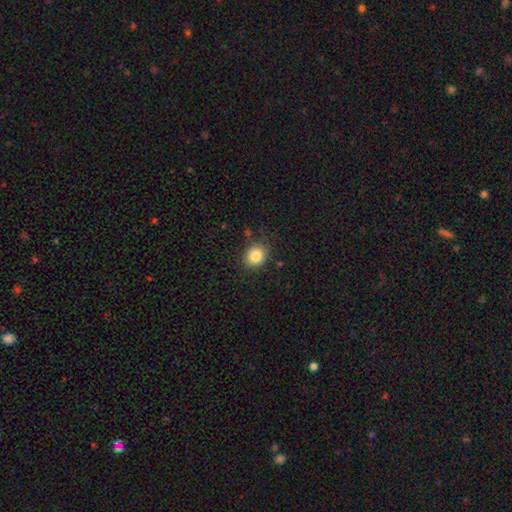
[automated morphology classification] smooth_or_featured: smooth (p=0.83) [alt: star or artifact p=0.10]
how_rounded: round (p=0.76) [alt: in between p=0.23]
merging: none (p=0.84) [alt: minor disturbance p=0.10]